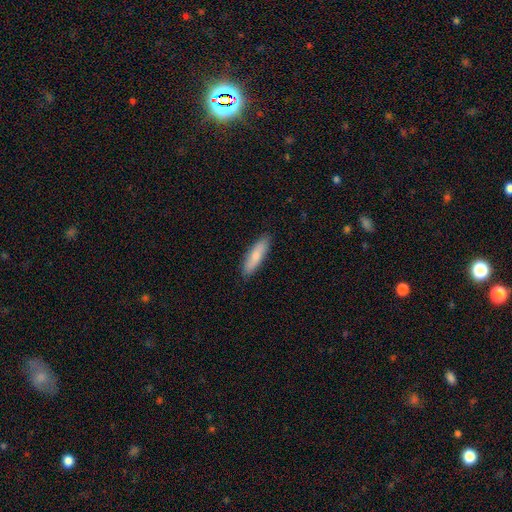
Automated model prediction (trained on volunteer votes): Overall: smooth (77%). How rounded: cigar-shaped (66%; in between 32%). Merging: none (87%).